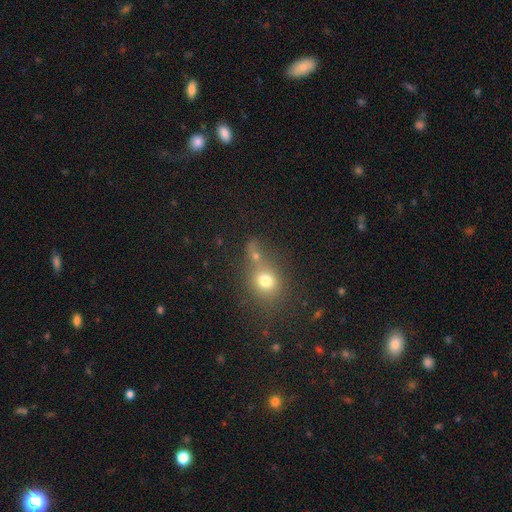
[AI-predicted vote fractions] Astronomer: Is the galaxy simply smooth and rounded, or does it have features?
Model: smooth — 68%.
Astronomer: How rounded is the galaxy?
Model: round — 68%.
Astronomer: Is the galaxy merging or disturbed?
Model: none — 45% (runner-up: merger, 37%).